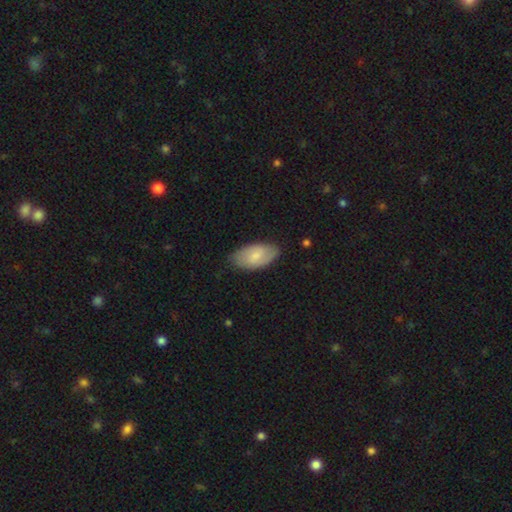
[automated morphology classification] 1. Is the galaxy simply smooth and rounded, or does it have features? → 64% smooth, 30% featured or disk, 6% star or artifact.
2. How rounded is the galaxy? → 94% in between, 3% round, 2% cigar-shaped.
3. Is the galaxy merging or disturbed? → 77% none, 19% minor disturbance, 3% major disturbance, 1% merger.